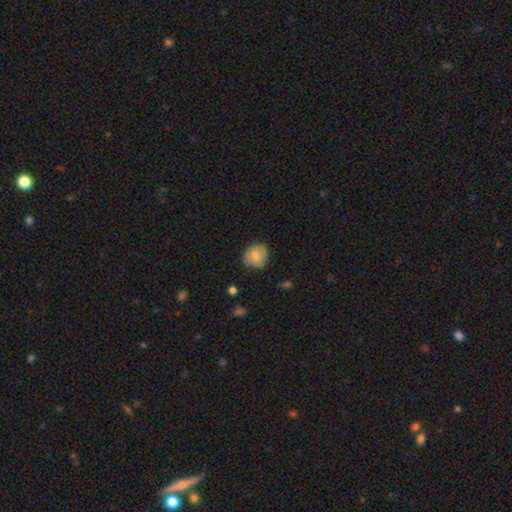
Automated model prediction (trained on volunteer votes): A smooth galaxy with no disk features (79%) that is round (82%).

Vote fractions:
- Smooth or featured? smooth: 79% / featured or disk: 14% / star or artifact: 7%
- How rounded? round: 82% / in between: 17% / cigar-shaped: 1%
- Merging? none: 73% / minor disturbance: 21% / major disturbance: 4% / merger: 1%